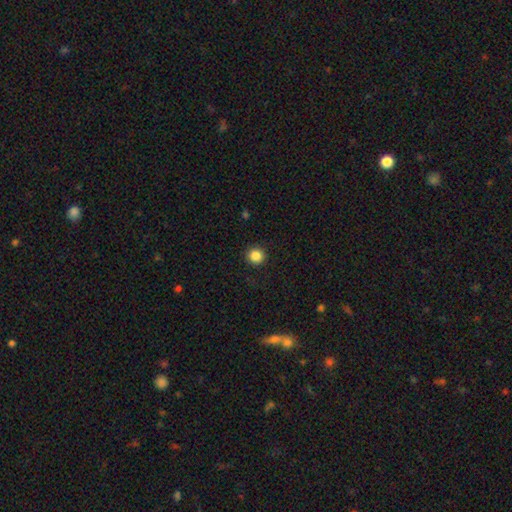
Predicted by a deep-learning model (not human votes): smooth 86%, star or artifact 11%, featured or disk 4%. Down the decision tree: how rounded — round (93%); merging — none (92%).